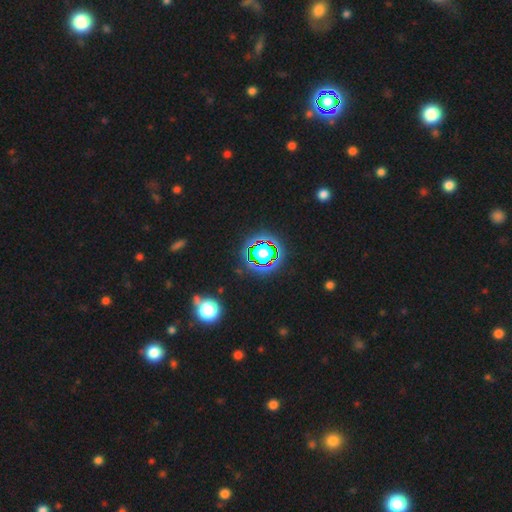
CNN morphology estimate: This is clearly a star or artifact rather than a galaxy (80%).